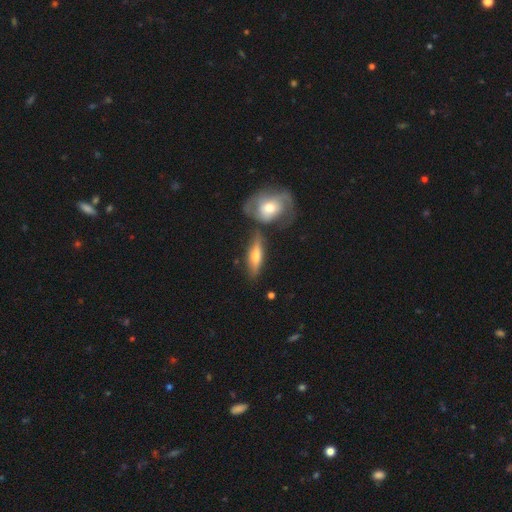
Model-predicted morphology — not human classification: Smooth or featured? Predicted: featured or disk (p=0.48). Merging? Predicted: none (p=0.61).